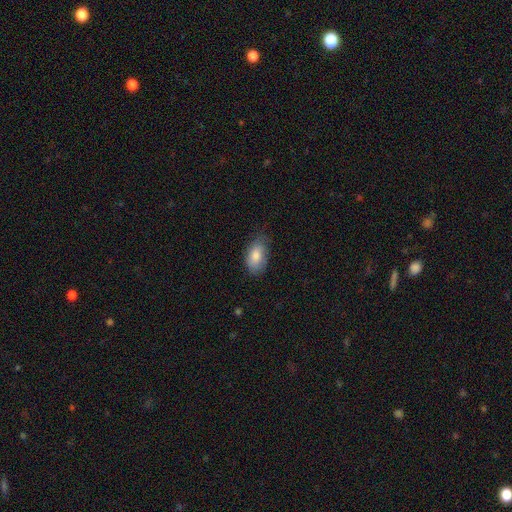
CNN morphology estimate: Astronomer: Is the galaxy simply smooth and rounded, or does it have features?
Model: smooth — 79%.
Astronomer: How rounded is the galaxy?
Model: in between — 92%.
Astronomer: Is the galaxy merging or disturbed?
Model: none — 71%.